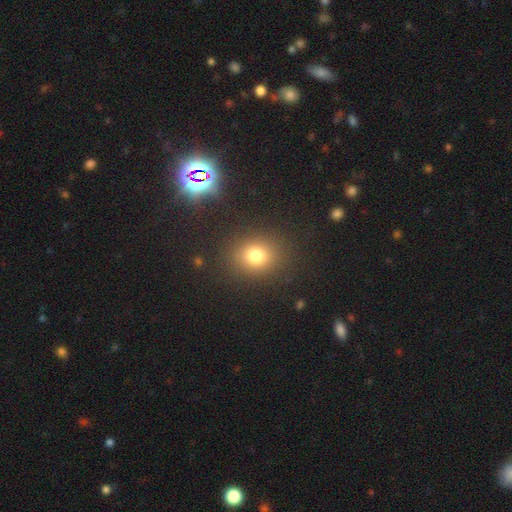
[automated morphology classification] A smooth galaxy with no disk features (77%) that is round (69%).

Vote fractions:
- Smooth or featured? smooth: 77% / star or artifact: 16% / featured or disk: 8%
- How rounded? round: 69% / in between: 30% / cigar-shaped: 1%
- Merging? none: 86% / minor disturbance: 8% / major disturbance: 4% / merger: 2%